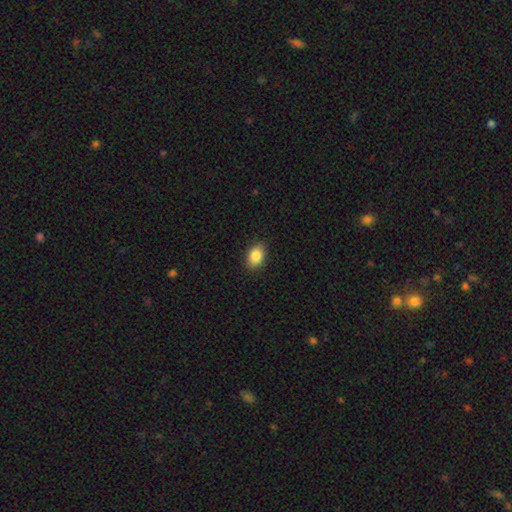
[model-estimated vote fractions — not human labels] Overall: smooth (86%). How rounded: in between (82%). Merging: none (88%).